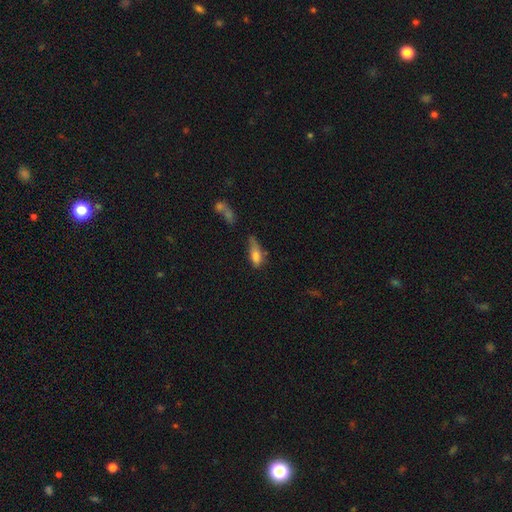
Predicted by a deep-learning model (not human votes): The model was most divided on "merging": minor disturbance: 35%, none: 29%, major disturbance: 23%, merger: 13%. More confident: smooth or featured — smooth (75%); how rounded — in between (74%).